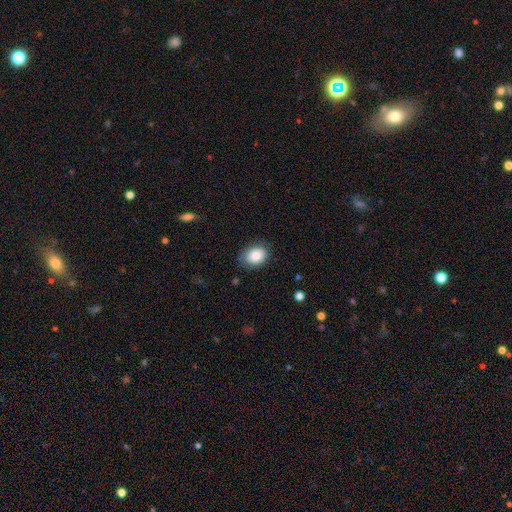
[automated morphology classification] Smooth or featured? smooth (85%)
How rounded? in between (63%)
Merging? none (77%)